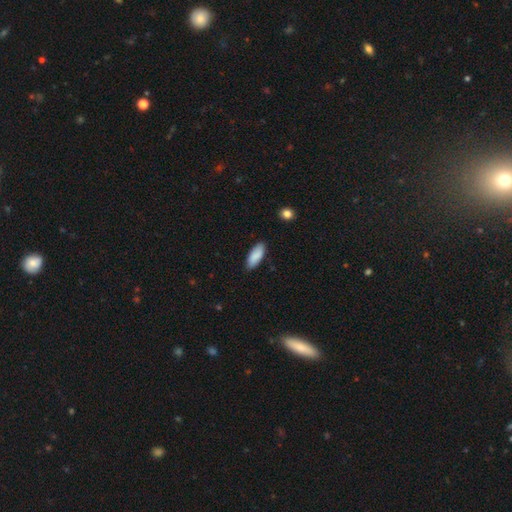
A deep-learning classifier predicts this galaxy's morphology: The model was most divided on "how rounded": in between: 79%, cigar-shaped: 20%, round: 2%. More confident: smooth or featured — smooth (89%); merging — none (87%).